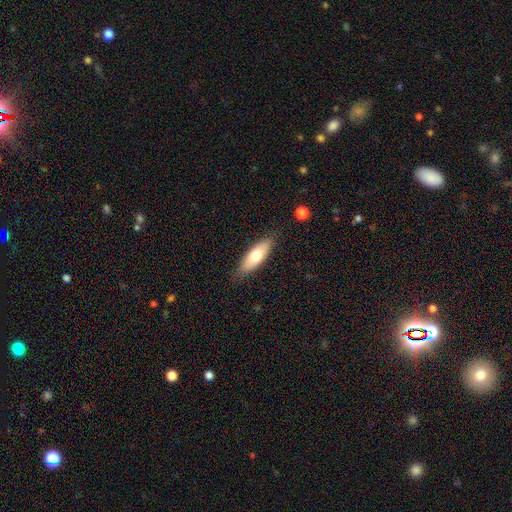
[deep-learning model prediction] A smooth galaxy with no disk features (68%) that is in between round and cigar-shaped (65%). Merging: none (83%).